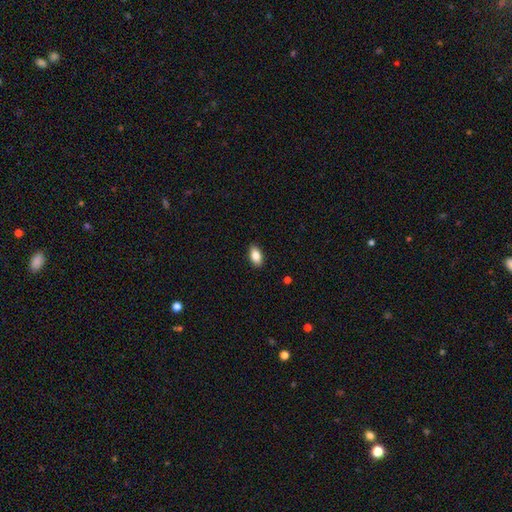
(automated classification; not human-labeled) Smooth or featured? Predicted: smooth (p=0.85). How rounded? Predicted: in between (p=0.91). Merging? Predicted: none (p=0.89).